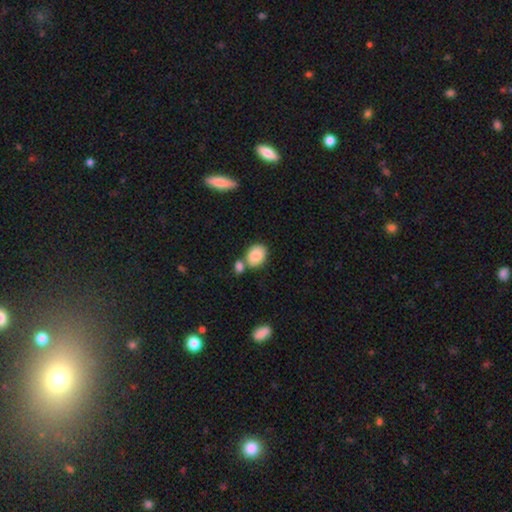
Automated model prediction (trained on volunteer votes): Smooth or featured: smooth — 86% (featured or disk — 7%)
How rounded: in between — 70% (round — 28%)
Merging: none — 53% (merger — 30%)